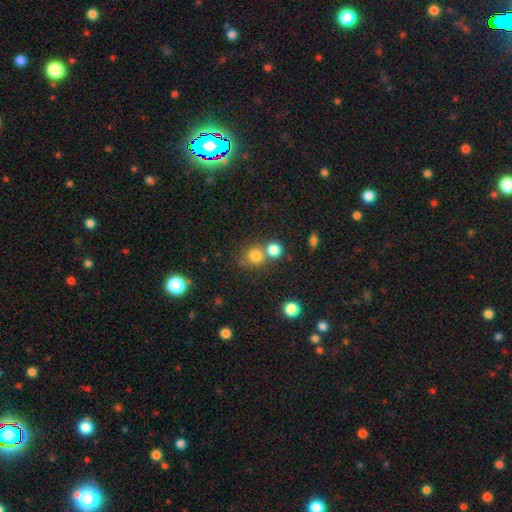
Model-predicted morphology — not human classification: Q: Smooth or featured?
A: smooth (78%); runner-up: star or artifact (14%)
Q: How rounded?
A: round (86%); runner-up: in between (13%)
Q: Merging?
A: none (54%); runner-up: merger (35%)